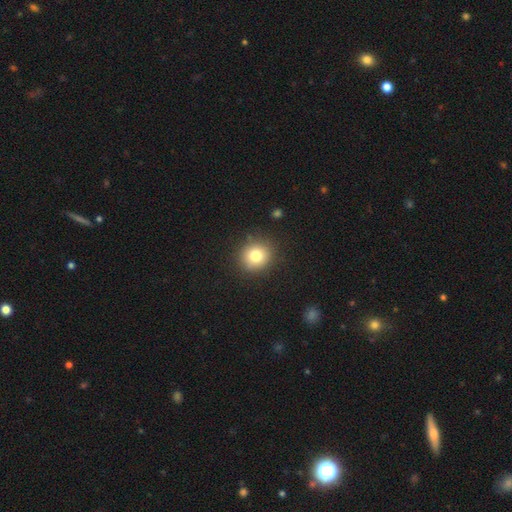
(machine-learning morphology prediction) A smooth galaxy with no disk features (79%) that is round (87%). Merging: none (88%).